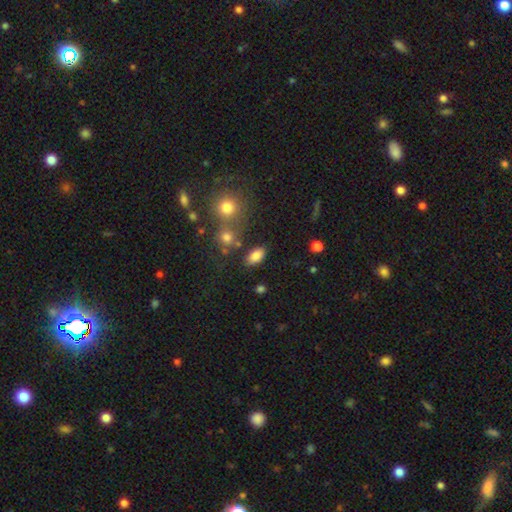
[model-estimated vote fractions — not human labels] A smooth galaxy with no disk features (84%) that is in between round and cigar-shaped (91%). Merging: none (79%).